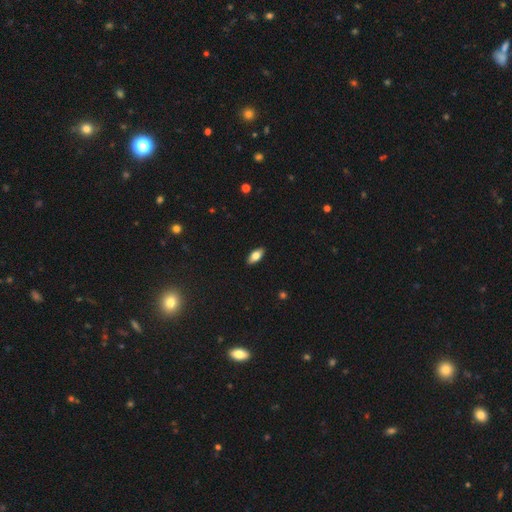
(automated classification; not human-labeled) Q: Smooth or featured?
A: smooth (74%); runner-up: featured or disk (19%)
Q: How rounded?
A: in between (87%); runner-up: cigar-shaped (10%)
Q: Merging?
A: none (90%); runner-up: minor disturbance (7%)